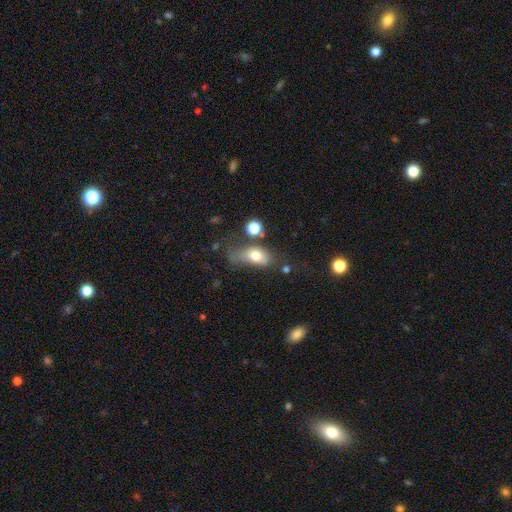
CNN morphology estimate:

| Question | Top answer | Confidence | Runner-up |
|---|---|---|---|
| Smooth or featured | smooth | 73% | featured or disk (16%) |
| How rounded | in between | 81% | round (14%) |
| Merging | none | 31% | major disturbance (29%) |